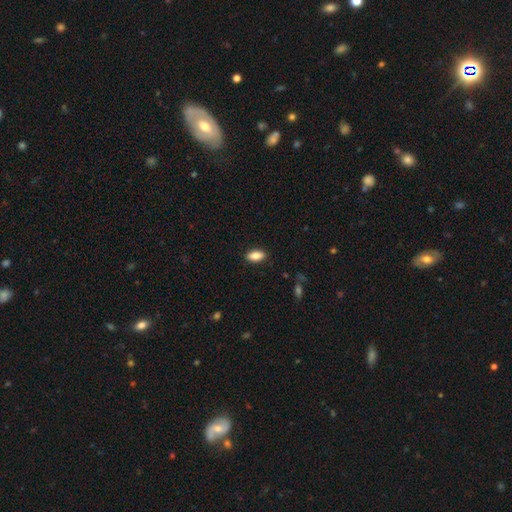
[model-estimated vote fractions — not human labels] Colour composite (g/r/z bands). It shows a smooth galaxy with no disk features (86%) that is in between round and cigar-shaped (87%). Merging: none (88%).